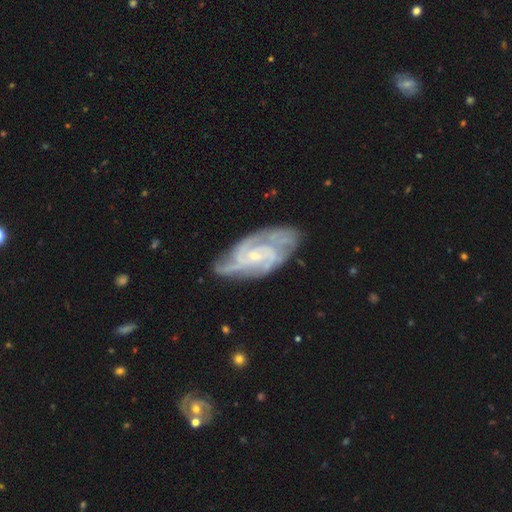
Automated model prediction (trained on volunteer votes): Smooth or featured? featured or disk (90%)
Edge-on disk? no (96%)
Bar? no (61%)
Spiral arms? yes (98%)
Spiral winding? tight (55%)
Spiral arm count? 3 (36%)
Bulge size? small (74%)
Merging? none (71%)